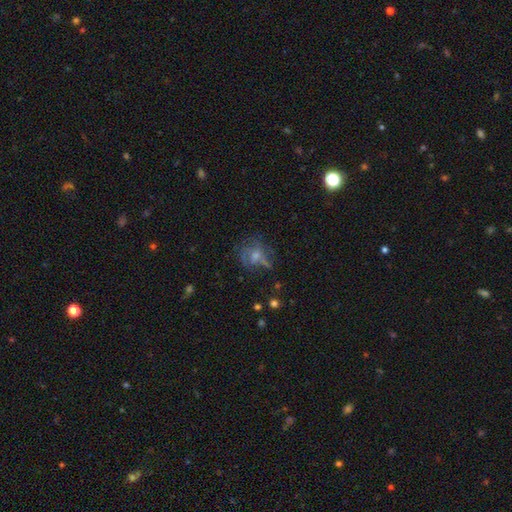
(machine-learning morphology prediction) The model was most divided on "smooth or featured": featured or disk: 44%, smooth: 29%, star or artifact: 26%. More confident: merging — none (53%).